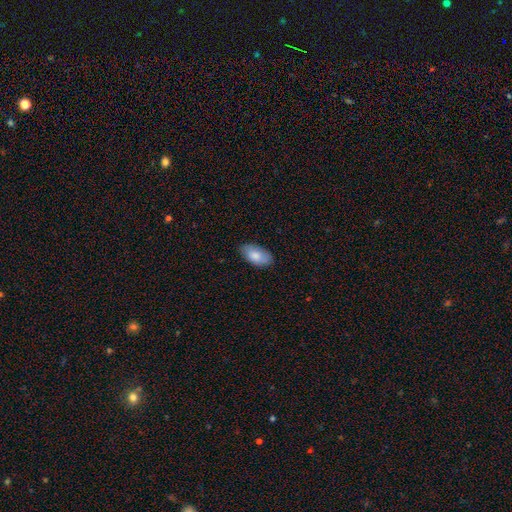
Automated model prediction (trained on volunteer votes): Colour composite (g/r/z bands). It shows a smooth galaxy with no disk features (81%) that is in between round and cigar-shaped (94%). Merging: none (83%).